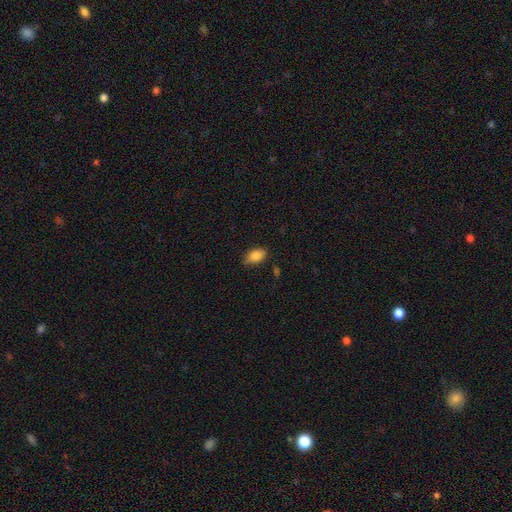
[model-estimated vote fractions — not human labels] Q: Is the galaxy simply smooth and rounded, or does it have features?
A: smooth — 85%.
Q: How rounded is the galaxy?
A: in between — 90%.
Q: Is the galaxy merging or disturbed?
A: none — 77%.